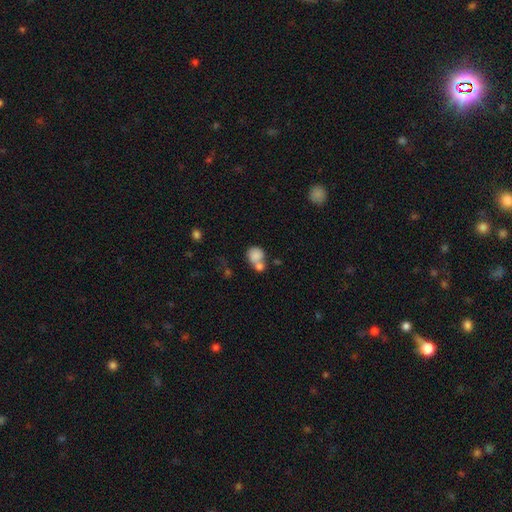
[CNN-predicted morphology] Overall: smooth (79%). How rounded: round (71%). Merging: merger (51%; none 31%).